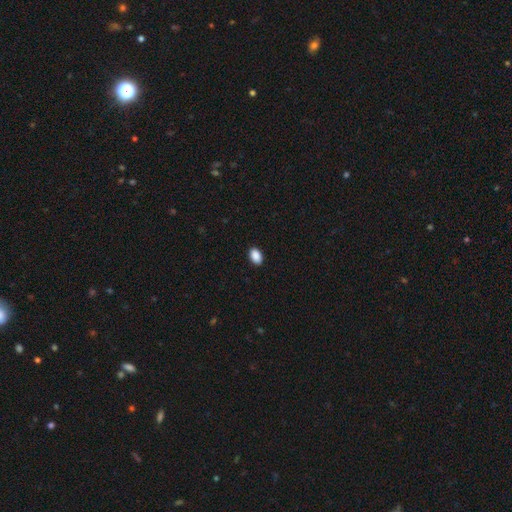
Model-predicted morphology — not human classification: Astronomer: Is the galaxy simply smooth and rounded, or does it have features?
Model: smooth — 90%.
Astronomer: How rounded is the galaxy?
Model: in between — 89%.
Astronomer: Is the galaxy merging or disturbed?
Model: none — 90%.